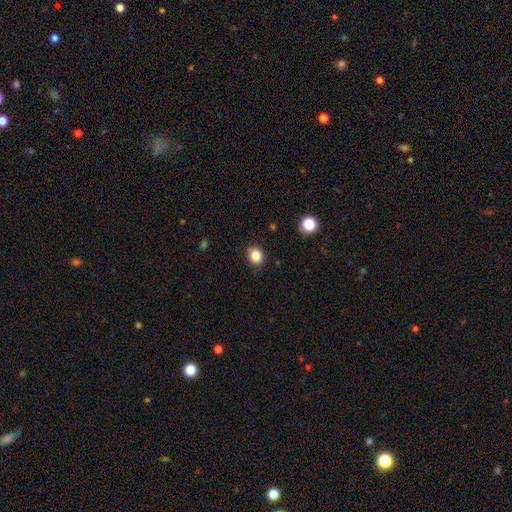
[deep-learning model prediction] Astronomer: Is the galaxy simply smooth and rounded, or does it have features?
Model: smooth — 85%.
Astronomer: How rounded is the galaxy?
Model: round — 78%.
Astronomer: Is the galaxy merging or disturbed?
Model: none — 88%.